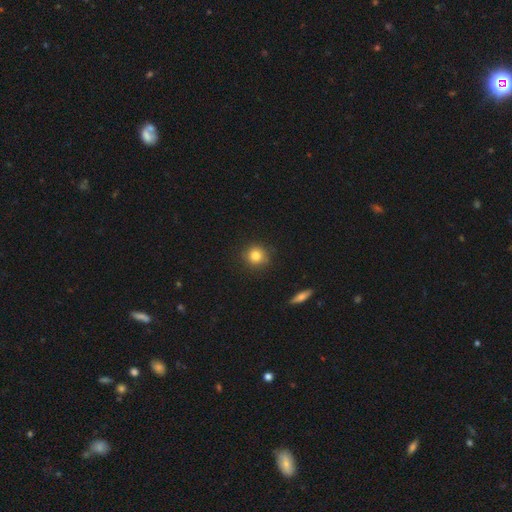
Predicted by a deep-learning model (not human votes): smooth_or_featured: smooth (p=0.82) [alt: star or artifact p=0.11]
how_rounded: round (p=0.91) [alt: in between p=0.08]
merging: none (p=0.88) [alt: minor disturbance p=0.09]